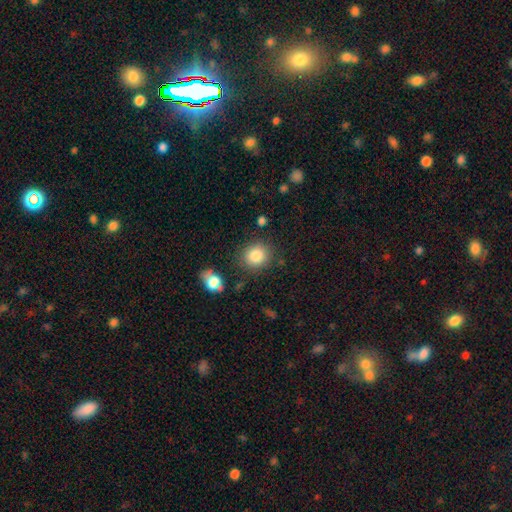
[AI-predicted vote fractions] smooth_or_featured: smooth (p=0.84) [alt: star or artifact p=0.10]
how_rounded: round (p=0.78) [alt: in between p=0.21]
merging: none (p=0.83) [alt: minor disturbance p=0.10]